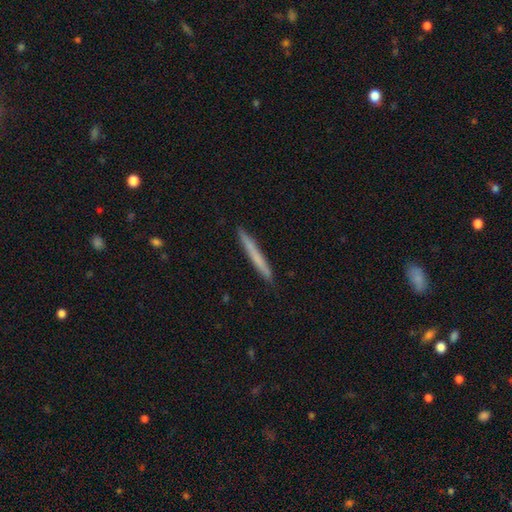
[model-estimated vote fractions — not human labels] The model was most divided on "smooth or featured": smooth: 66%, featured or disk: 28%, star or artifact: 6%. More confident: how rounded — cigar-shaped (97%); merging — none (92%).